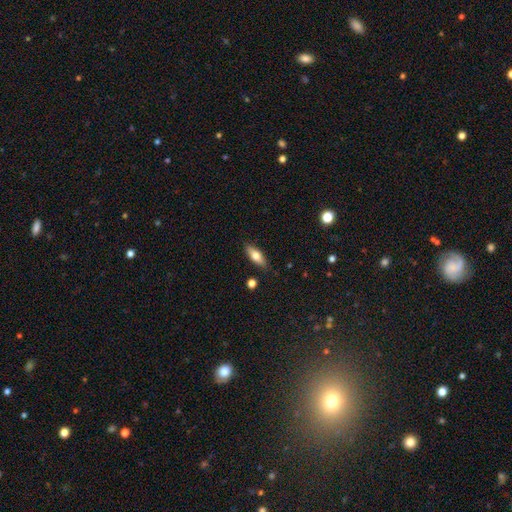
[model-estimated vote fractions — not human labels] Smooth or featured?
  - smooth: 70% *
  - featured or disk: 23%
  - star or artifact: 7%
How rounded?
  - in between: 68% *
  - cigar-shaped: 29%
  - round: 3%
Merging?
  - none: 84% *
  - minor disturbance: 11%
  - major disturbance: 2%
  - merger: 2%